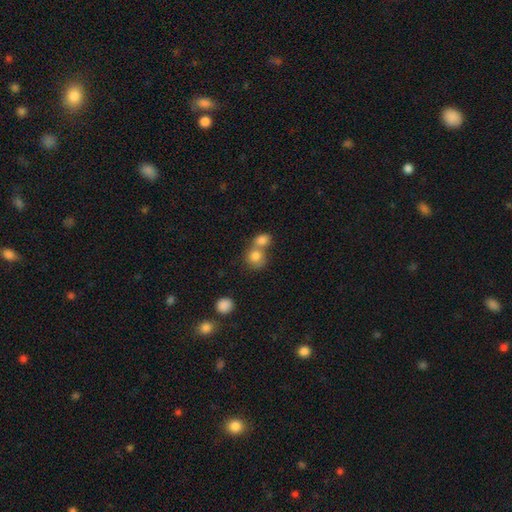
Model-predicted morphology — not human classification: Smooth or featured?
  - smooth: 81% *
  - featured or disk: 10%
  - star or artifact: 10%
How rounded?
  - round: 78% *
  - in between: 21%
  - cigar-shaped: 1%
Merging?
  - merger: 57% *
  - none: 33%
  - minor disturbance: 7%
  - major disturbance: 3%